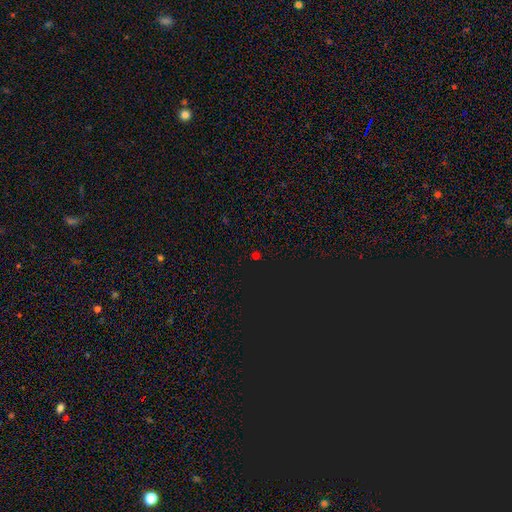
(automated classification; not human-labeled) Smooth or featured? star or artifact (54%)